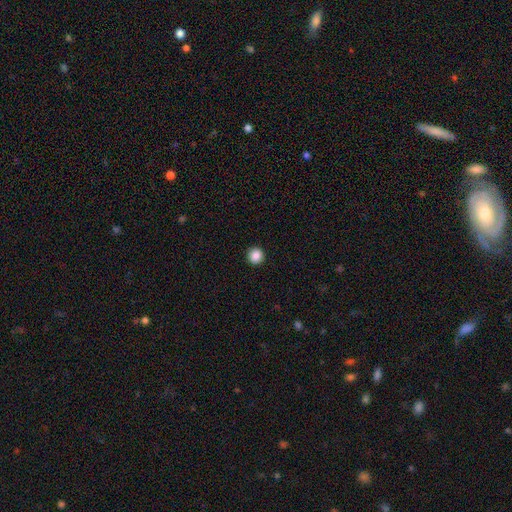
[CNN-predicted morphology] Smooth or featured: smooth — 87% (star or artifact — 10%)
How rounded: round — 94% (in between — 5%)
Merging: none — 93% (minor disturbance — 4%)